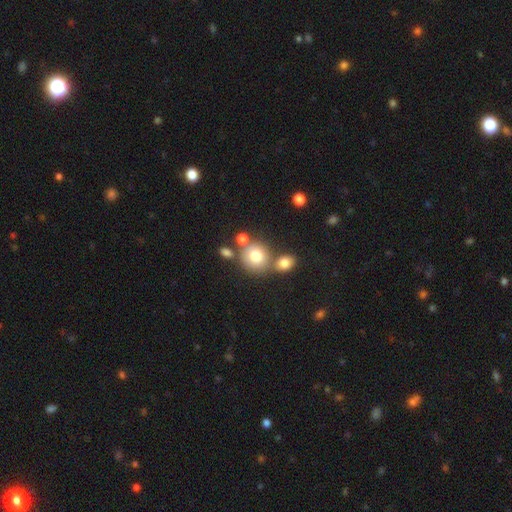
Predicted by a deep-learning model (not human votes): Smooth or featured? Predicted: smooth (p=0.76). How rounded? Predicted: round (p=0.83). Merging? Predicted: none (p=0.54).